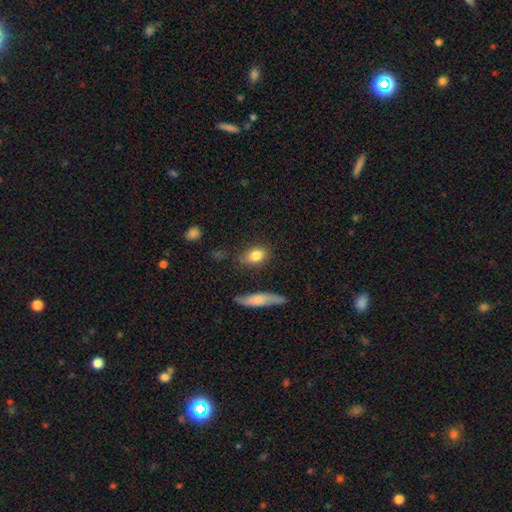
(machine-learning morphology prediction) A smooth galaxy with no disk features (82%) that is in between round and cigar-shaped (70%). Merging: none (76%).